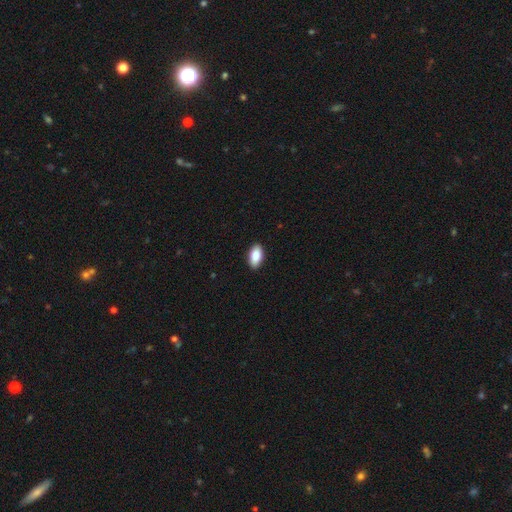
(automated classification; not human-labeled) A smooth galaxy with no disk features (87%) that is in between round and cigar-shaped (93%).

Vote fractions:
- Smooth or featured? smooth: 87% / featured or disk: 7% / star or artifact: 6%
- How rounded? in between: 93% / cigar-shaped: 4% / round: 3%
- Merging? none: 90% / minor disturbance: 7% / major disturbance: 2% / merger: 1%